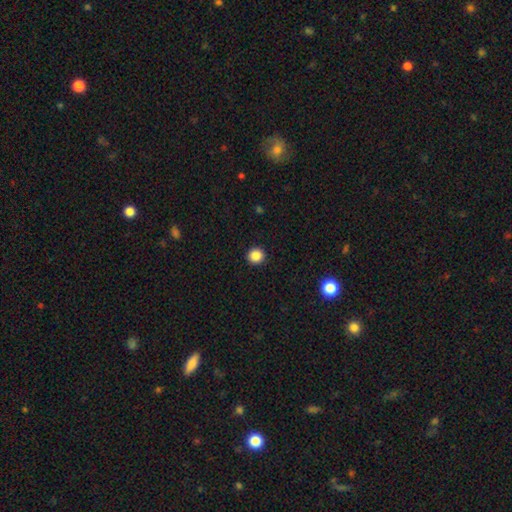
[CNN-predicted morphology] Smooth or featured? Predicted: smooth (p=0.86). How rounded? Predicted: round (p=0.94). Merging? Predicted: none (p=0.93).